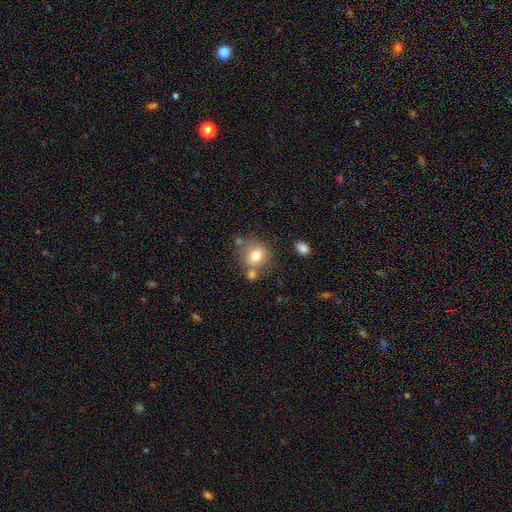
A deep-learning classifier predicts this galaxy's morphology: A smooth galaxy with no disk features (73%) that is round (74%).

Vote fractions:
- Smooth or featured? smooth: 73% / featured or disk: 16% / star or artifact: 11%
- How rounded? round: 74% / in between: 25% / cigar-shaped: 1%
- Merging? none: 61% / merger: 19% / minor disturbance: 15% / major disturbance: 5%